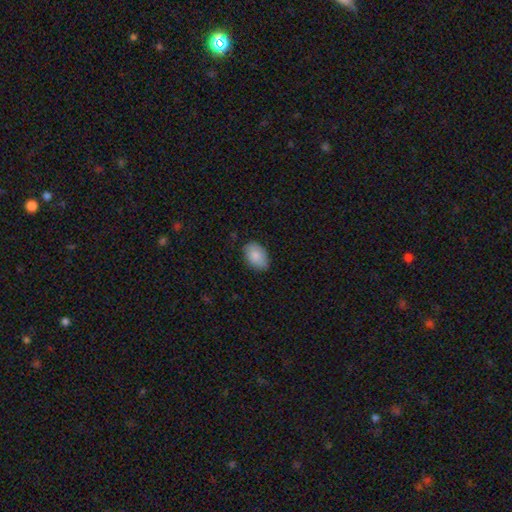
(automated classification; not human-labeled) A smooth galaxy with no disk features (88%) that is in between round and cigar-shaped (91%). Merging: none (82%).